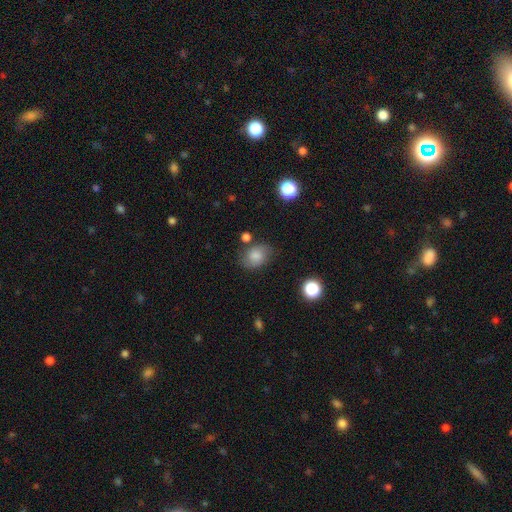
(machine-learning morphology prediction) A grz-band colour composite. It shows a smooth galaxy with no disk features (75%) that is in between round and cigar-shaped (70%). Merging: none (69%).